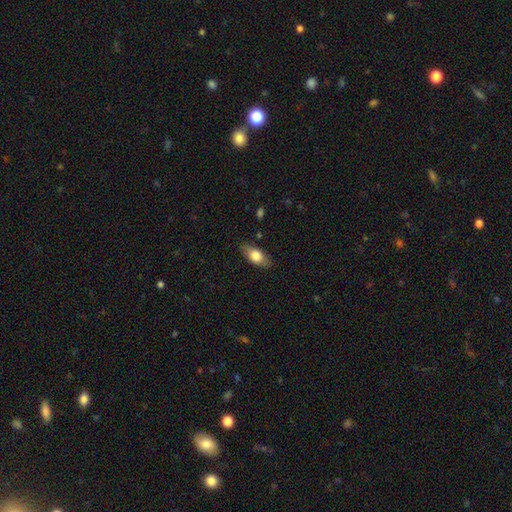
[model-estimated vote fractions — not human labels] A smooth galaxy with no disk features (71%) that is in between round and cigar-shaped (83%).

Vote fractions:
- Smooth or featured? smooth: 71% / featured or disk: 23% / star or artifact: 6%
- How rounded? in between: 83% / cigar-shaped: 12% / round: 4%
- Merging? none: 84% / minor disturbance: 12% / major disturbance: 3% / merger: 1%